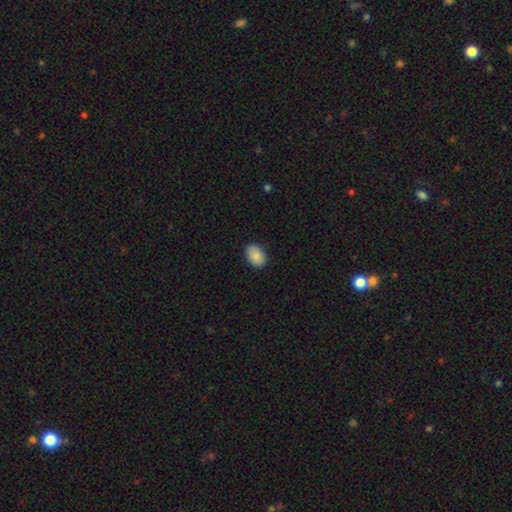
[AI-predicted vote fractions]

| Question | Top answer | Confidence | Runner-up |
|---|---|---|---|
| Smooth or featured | smooth | 88% | star or artifact (7%) |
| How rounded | in between | 82% | round (17%) |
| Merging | none | 88% | minor disturbance (9%) |